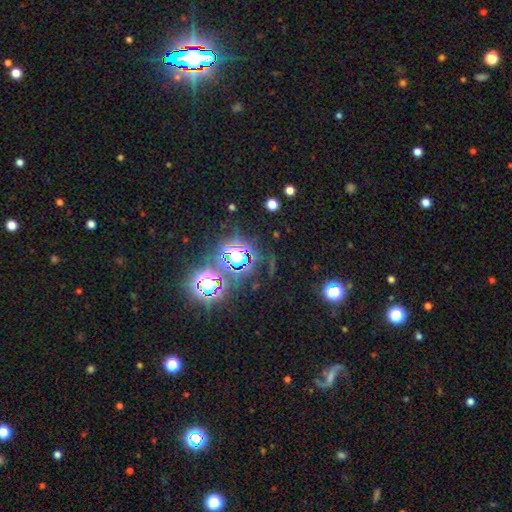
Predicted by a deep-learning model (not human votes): Smooth or featured?
  - star or artifact: 80% *
  - smooth: 12%
  - featured or disk: 8%